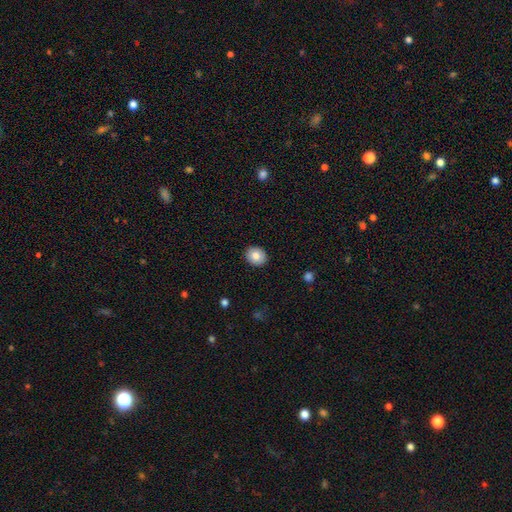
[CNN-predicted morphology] Q: Smooth or featured?
A: smooth (80%); runner-up: featured or disk (12%)
Q: How rounded?
A: round (70%); runner-up: in between (29%)
Q: Merging?
A: none (91%); runner-up: minor disturbance (7%)